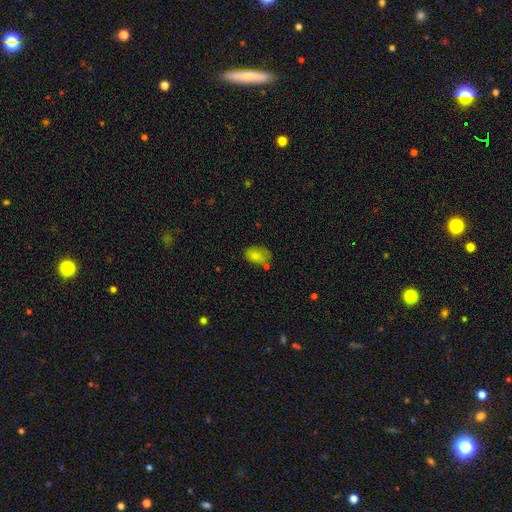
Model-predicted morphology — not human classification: The model was most divided on "merging": none: 54%, minor disturbance: 26%, merger: 11%, major disturbance: 9%. More confident: how rounded — in between (85%); smooth or featured — smooth (80%).